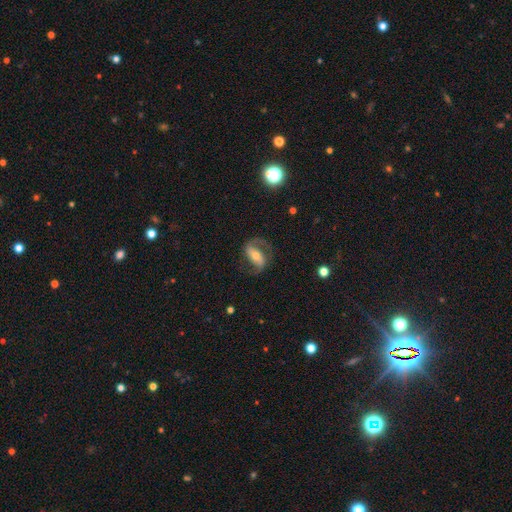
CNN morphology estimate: This appears to be a featured or disk galaxy (80%) with a strong bar (46%), 2 (88%) medium (50%) spiral arms (92%) and a moderate central bulge (55%). Merging: none (70%).